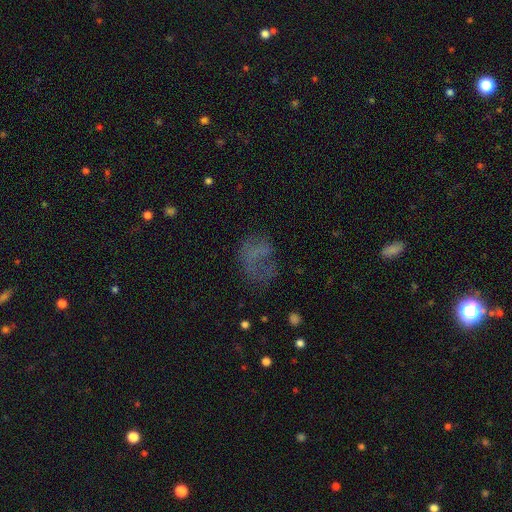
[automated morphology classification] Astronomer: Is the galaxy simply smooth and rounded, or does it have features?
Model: smooth — 43% (runner-up: featured or disk, 33%).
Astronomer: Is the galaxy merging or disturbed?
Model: none — 41% (runner-up: major disturbance, 36%).